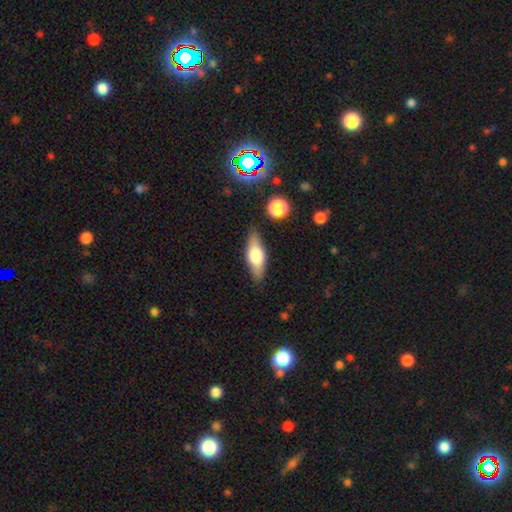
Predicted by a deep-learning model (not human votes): Smooth or featured?
  - smooth: 57% *
  - featured or disk: 37%
  - star or artifact: 7%
How rounded?
  - in between: 65% *
  - cigar-shaped: 32%
  - round: 4%
Merging?
  - none: 82% *
  - minor disturbance: 12%
  - major disturbance: 3%
  - merger: 3%